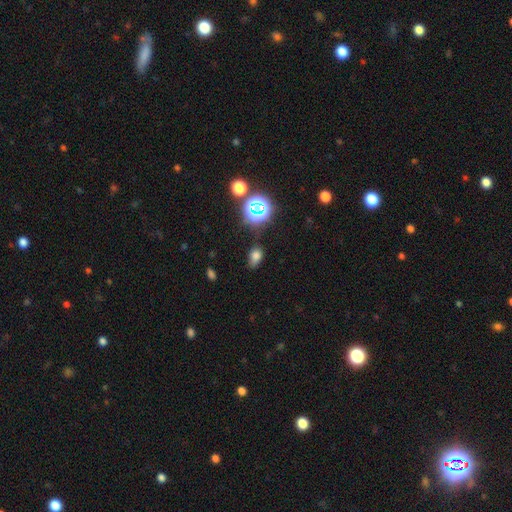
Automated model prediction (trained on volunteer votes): smooth-or-featured: smooth: 67% | star or artifact: 24% | featured or disk: 9%
  how-rounded: in between: 78% | round: 19% | cigar-shaped: 2%
  merging: none: 67% | minor disturbance: 23% | major disturbance: 7% | merger: 3%